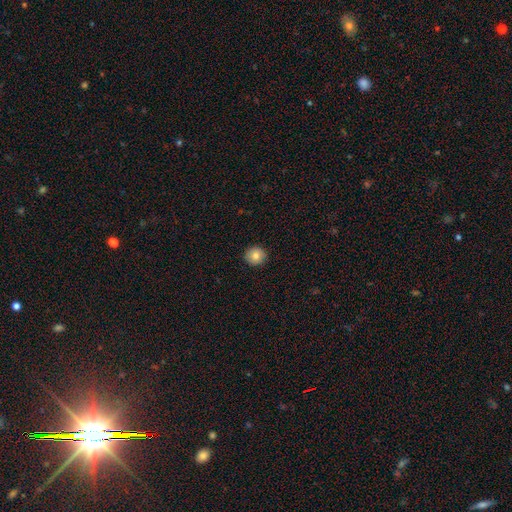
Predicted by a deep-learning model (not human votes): Smooth or featured? smooth (81%)
How rounded? round (91%)
Merging? none (90%)